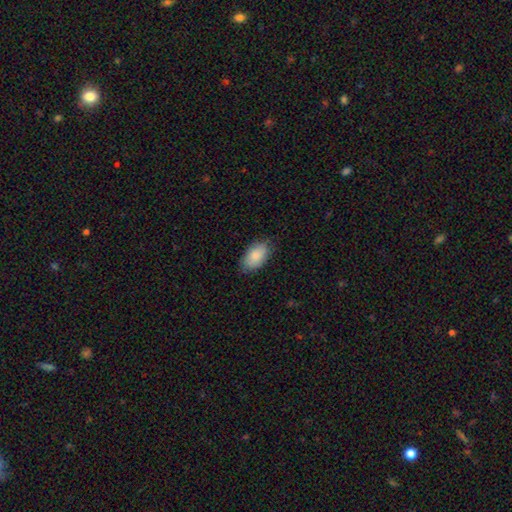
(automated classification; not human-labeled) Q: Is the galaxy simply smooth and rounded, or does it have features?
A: smooth — 88%.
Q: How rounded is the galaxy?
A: in between — 94%.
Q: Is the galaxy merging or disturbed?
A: none — 83%.